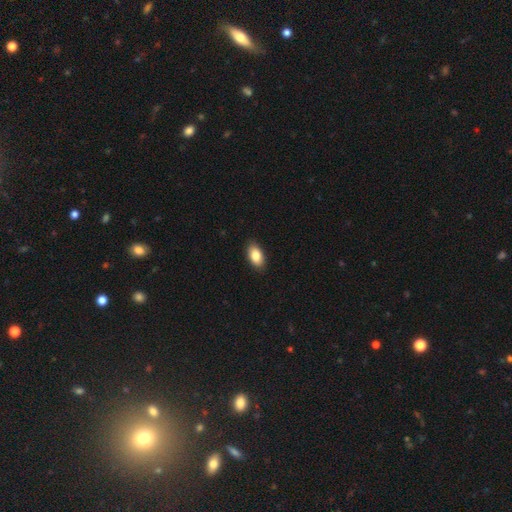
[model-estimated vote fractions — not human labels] Smooth or featured? smooth (85%)
How rounded? in between (93%)
Merging? none (89%)